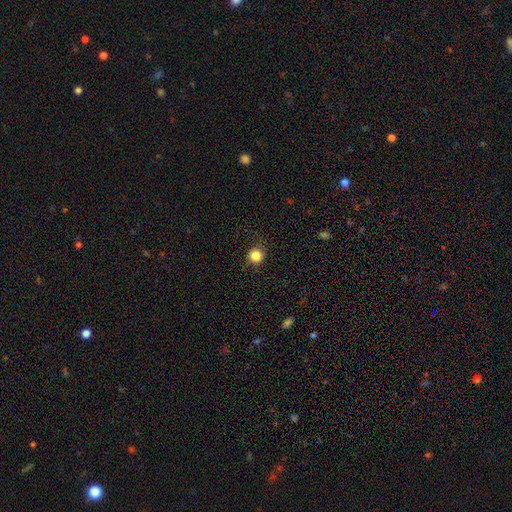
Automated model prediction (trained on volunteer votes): Smooth or featured: smooth — 84% (star or artifact — 11%)
How rounded: round — 93% (in between — 6%)
Merging: none — 83% (minor disturbance — 12%)